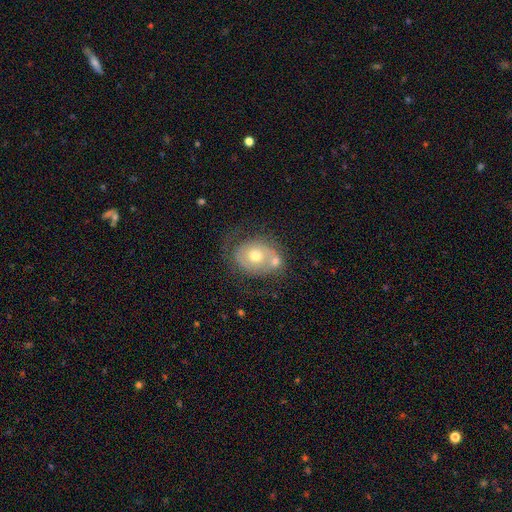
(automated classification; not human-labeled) Smooth or featured: featured or disk — 48% (smooth — 45%)
Merging: none — 37% (merger — 33%)